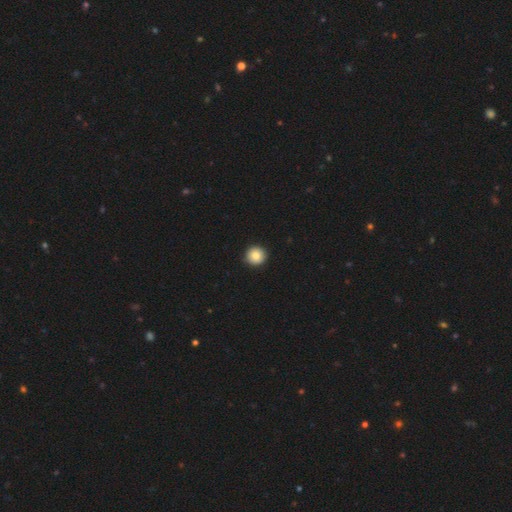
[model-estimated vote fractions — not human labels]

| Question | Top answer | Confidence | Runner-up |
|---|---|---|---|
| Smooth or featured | smooth | 87% | star or artifact (9%) |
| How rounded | round | 95% | in between (4%) |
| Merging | none | 93% | minor disturbance (5%) |